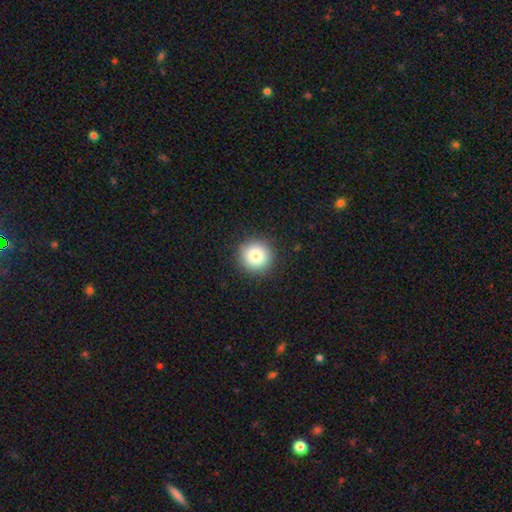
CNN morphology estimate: A smooth galaxy with no disk features (82%) that is round (95%). Merging: none (91%).